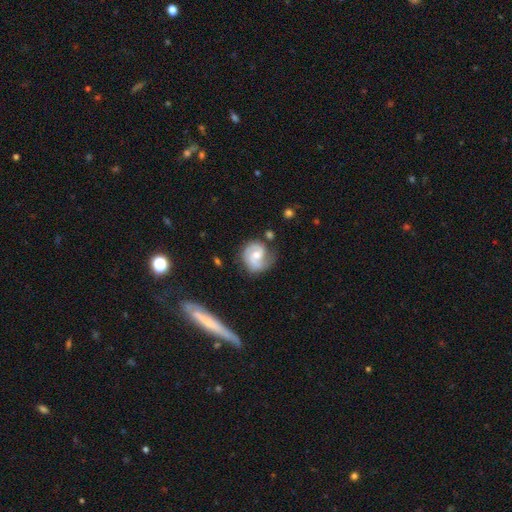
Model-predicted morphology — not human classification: Smooth or featured: featured or disk — 81% (smooth — 13%)
Edge-on disk: no — 98% (yes — 2%)
Bar: no — 55% (weak — 38%)
Spiral arms: yes — 95% (no — 5%)
Spiral winding: medium — 44% (tight — 42%)
Spiral arm count: 2 — 81% (1 — 8%)
Bulge size: moderate — 61% (small — 32%)
Merging: none — 68% (minor disturbance — 21%)